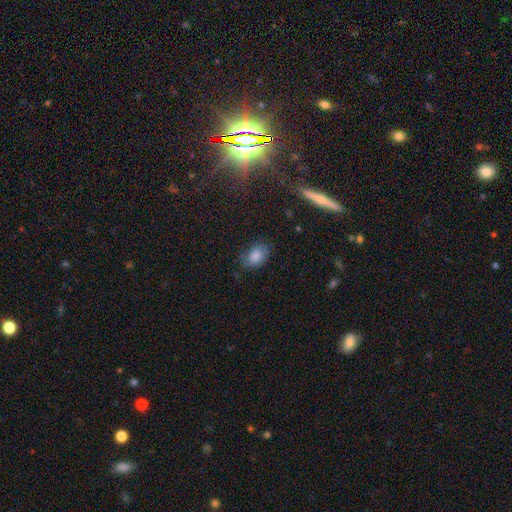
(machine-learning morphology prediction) Q: Smooth or featured?
A: smooth (75%); runner-up: featured or disk (15%)
Q: How rounded?
A: in between (80%); runner-up: round (18%)
Q: Merging?
A: none (66%); runner-up: minor disturbance (24%)